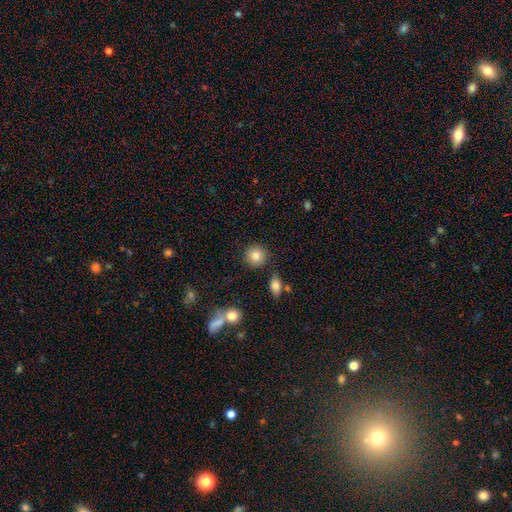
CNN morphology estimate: smooth_or_featured: smooth (p=0.84) [alt: star or artifact p=0.09]
how_rounded: round (p=0.91) [alt: in between p=0.08]
merging: none (p=0.87) [alt: minor disturbance p=0.08]